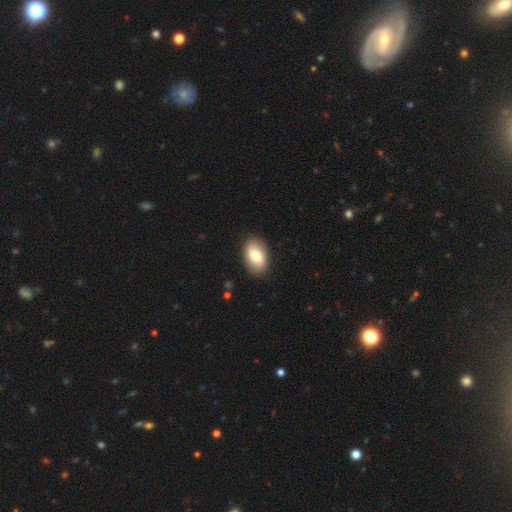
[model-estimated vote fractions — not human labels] Smooth or featured? Predicted: smooth (p=0.73). How rounded? Predicted: in between (p=0.91). Merging? Predicted: none (p=0.88).